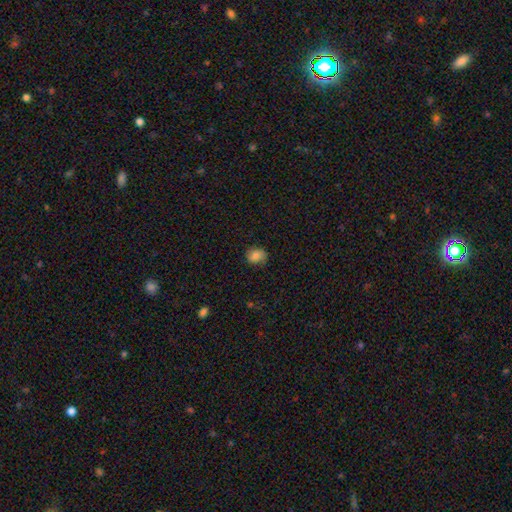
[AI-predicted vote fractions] Smooth or featured: smooth — 77% (featured or disk — 13%)
How rounded: round — 63% (in between — 36%)
Merging: none — 78% (minor disturbance — 17%)